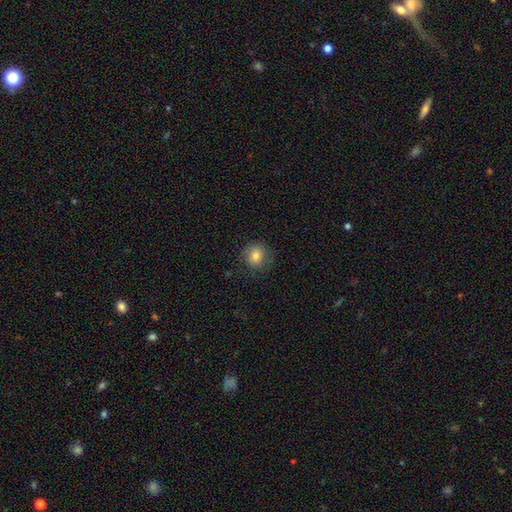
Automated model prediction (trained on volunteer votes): The model was most divided on "merging": none: 80%, minor disturbance: 14%, major disturbance: 5%, merger: 1%. More confident: how rounded — round (85%); smooth or featured — smooth (79%).